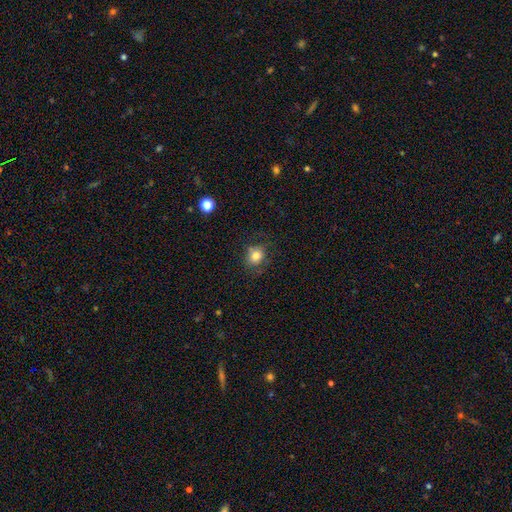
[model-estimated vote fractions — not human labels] Smooth or featured? smooth (80%)
How rounded? round (69%)
Merging? none (68%)